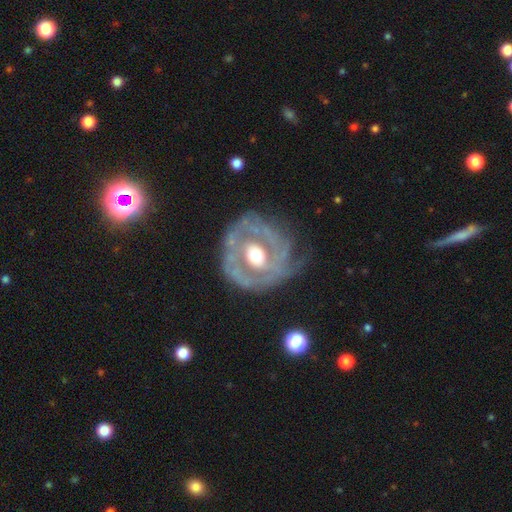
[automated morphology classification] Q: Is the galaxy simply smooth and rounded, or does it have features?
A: featured or disk — 80%.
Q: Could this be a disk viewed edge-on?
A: no — 97%.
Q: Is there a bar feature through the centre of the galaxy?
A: no — 65%.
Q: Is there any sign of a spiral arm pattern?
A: yes — 66%.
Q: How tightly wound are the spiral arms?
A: tight — 56%.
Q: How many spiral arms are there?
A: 2 — 35%.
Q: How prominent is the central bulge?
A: moderate — 71%.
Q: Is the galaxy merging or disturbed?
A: none — 57%.